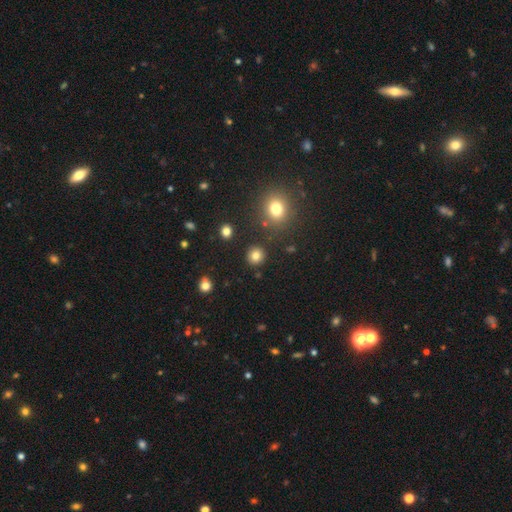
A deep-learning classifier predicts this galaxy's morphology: The model was most divided on "smooth or featured": smooth: 81%, star or artifact: 13%, featured or disk: 6%. More confident: how rounded — round (91%); merging — none (90%).